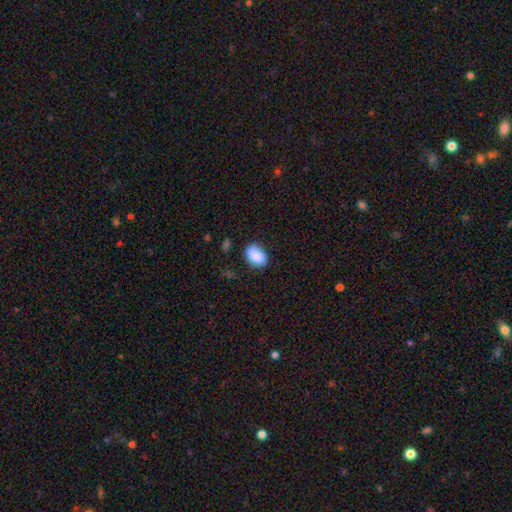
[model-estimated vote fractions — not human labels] A smooth galaxy with no disk features (83%) that is in between round and cigar-shaped (85%).

Vote fractions:
- Smooth or featured? smooth: 83% / featured or disk: 10% / star or artifact: 7%
- How rounded? in between: 85% / round: 13% / cigar-shaped: 1%
- Merging? none: 78% / minor disturbance: 17% / major disturbance: 3% / merger: 2%